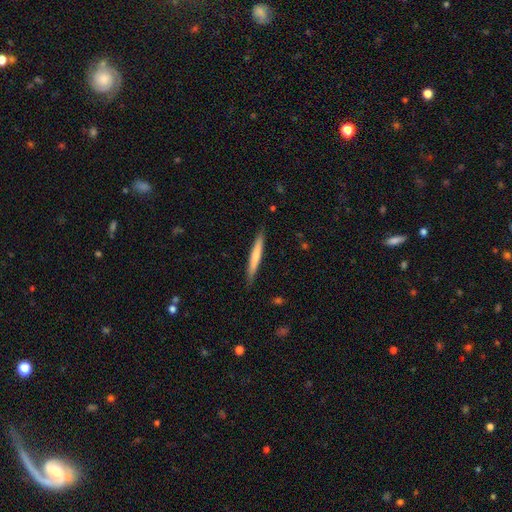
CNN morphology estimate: This appears to be a smooth galaxy with no disk features (63%) that is cigar-shaped (96%). Merging: none (87%).